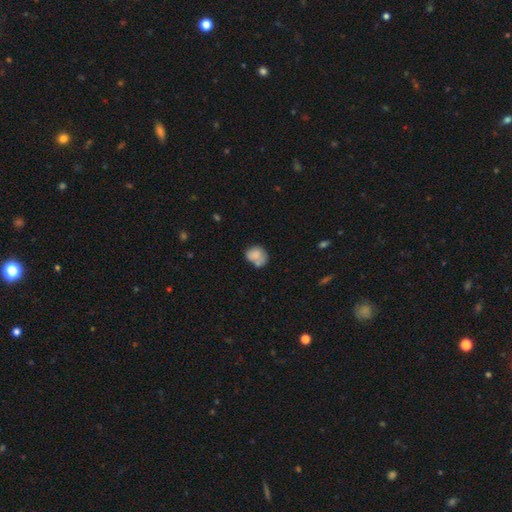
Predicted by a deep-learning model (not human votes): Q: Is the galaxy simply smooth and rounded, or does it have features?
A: smooth — 76%.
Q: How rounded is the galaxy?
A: round — 57%.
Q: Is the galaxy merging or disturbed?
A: none — 46%.